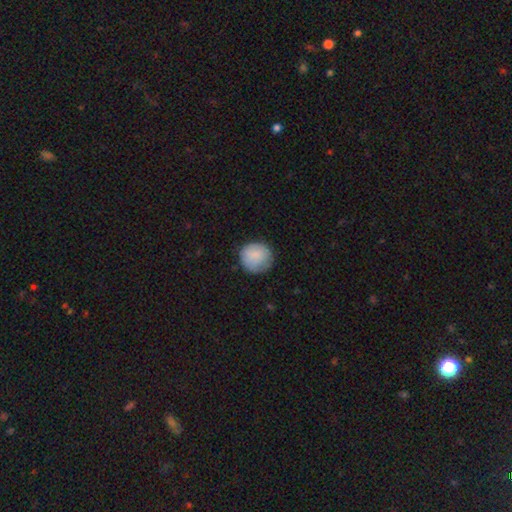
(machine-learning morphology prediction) smooth-or-featured: smooth: 85% | featured or disk: 9% | star or artifact: 7%
  how-rounded: round: 90% | in between: 9% | cigar-shaped: 1%
  merging: none: 77% | minor disturbance: 18% | major disturbance: 5% | merger: 1%